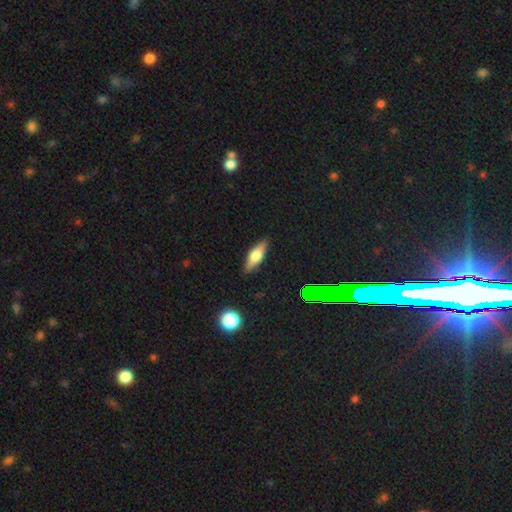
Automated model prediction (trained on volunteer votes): Smooth or featured? featured or disk (51%)
Edge-on disk? yes (93%)
Merging? none (87%)